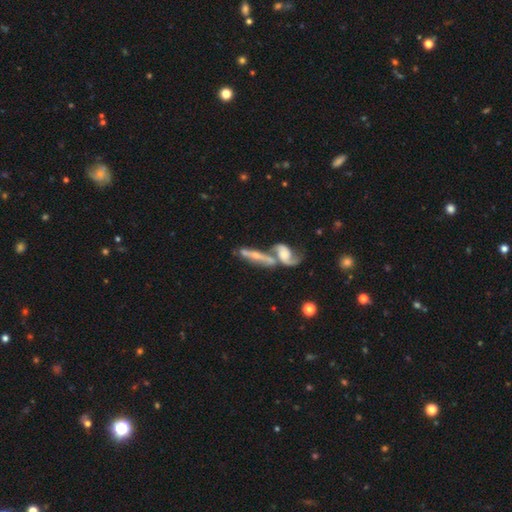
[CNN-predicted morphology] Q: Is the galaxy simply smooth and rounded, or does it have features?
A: featured or disk — 68%.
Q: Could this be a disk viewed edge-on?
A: yes — 55%.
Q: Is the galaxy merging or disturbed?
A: merger — 56%.